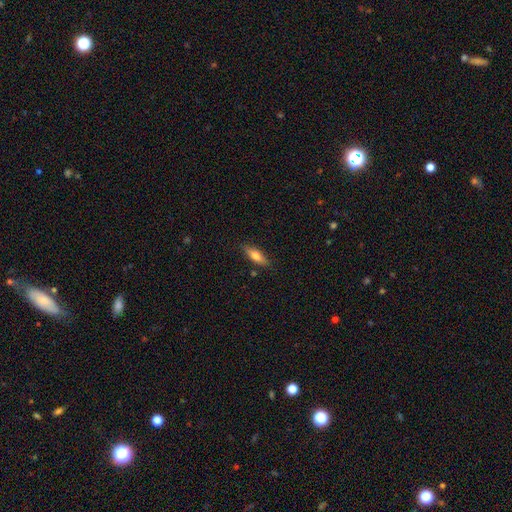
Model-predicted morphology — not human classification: Smooth or featured: smooth — 67% (featured or disk — 27%)
How rounded: in between — 53% (cigar-shaped — 44%)
Merging: none — 85% (minor disturbance — 11%)